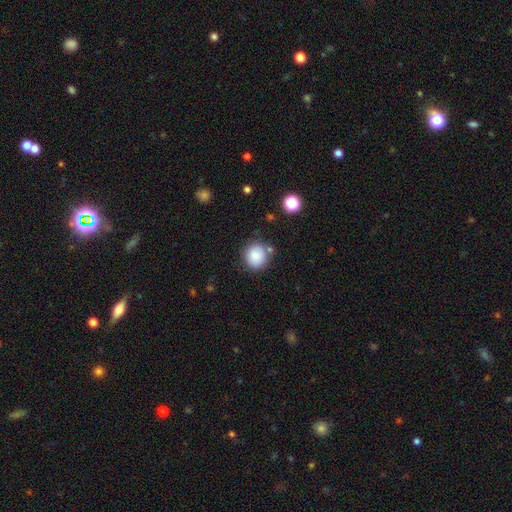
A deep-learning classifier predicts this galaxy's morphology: smooth_or_featured: smooth (p=0.85) [alt: star or artifact p=0.09]
how_rounded: round (p=0.85) [alt: in between p=0.14]
merging: none (p=0.76) [alt: minor disturbance p=0.13]